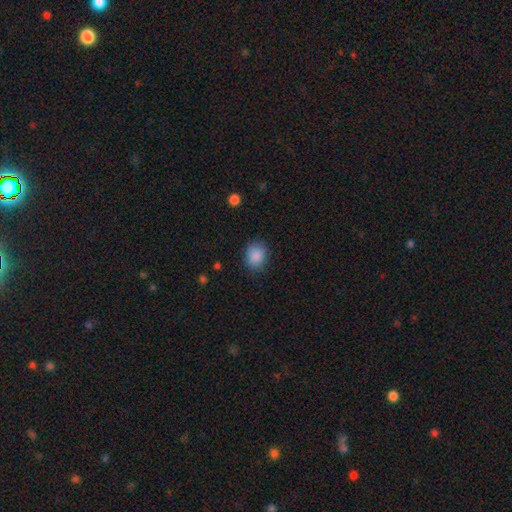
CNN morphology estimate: Smooth or featured: smooth — 87% (star or artifact — 8%)
How rounded: round — 53% (in between — 46%)
Merging: none — 82% (minor disturbance — 13%)